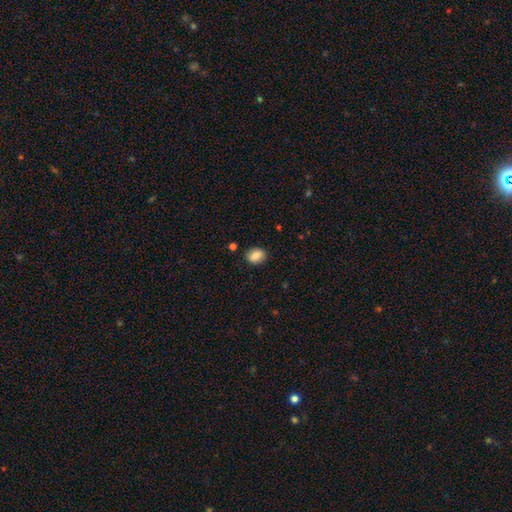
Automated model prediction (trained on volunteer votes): smooth_or_featured: smooth (p=0.82) [alt: featured or disk p=0.10]
how_rounded: in between (p=0.56) [alt: round p=0.43]
merging: none (p=0.87) [alt: minor disturbance p=0.09]